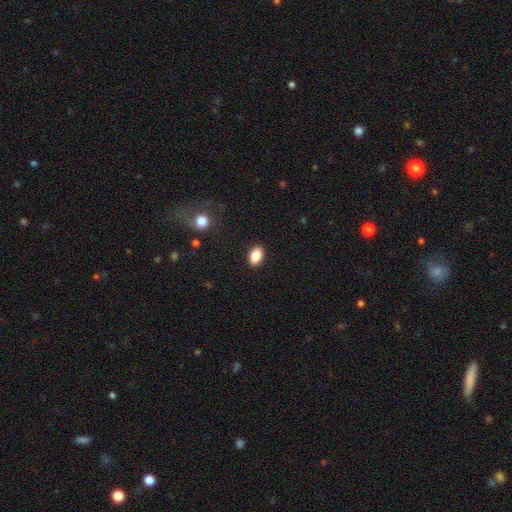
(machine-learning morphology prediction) The model was most divided on "how rounded": in between: 86%, round: 12%, cigar-shaped: 1%. More confident: merging — none (90%); smooth or featured — smooth (87%).